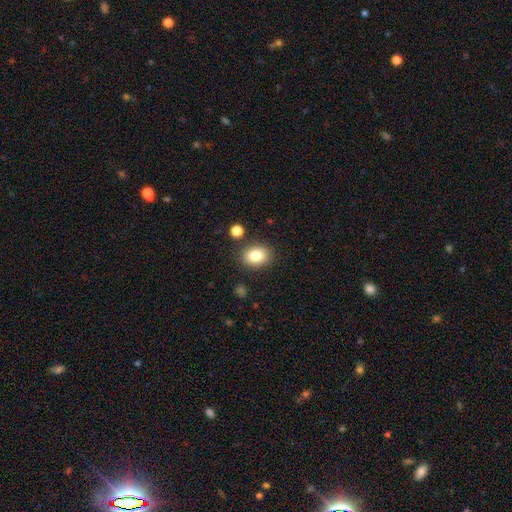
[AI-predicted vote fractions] Overall: smooth (82%). How rounded: in between (56%; round 43%). Merging: none (85%).